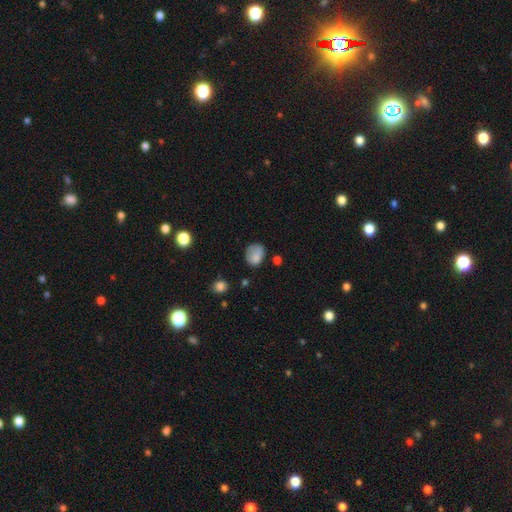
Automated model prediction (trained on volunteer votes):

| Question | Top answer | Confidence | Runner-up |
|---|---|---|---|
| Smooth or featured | smooth | 80% | star or artifact (11%) |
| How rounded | in between | 52% | round (47%) |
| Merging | none | 56% | minor disturbance (29%) |